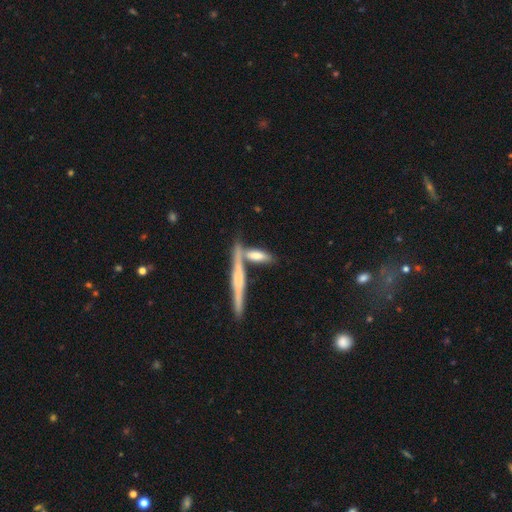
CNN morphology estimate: Smooth or featured? smooth (61%)
How rounded? cigar-shaped (60%)
Merging? none (52%)